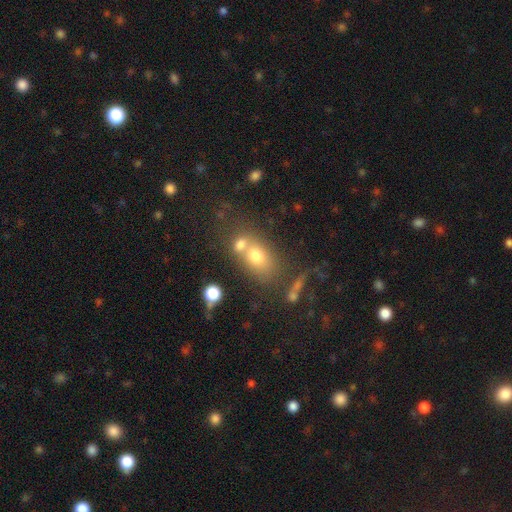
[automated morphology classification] type=smooth (69%); roundness=in between (63%); merging=merger (44%).